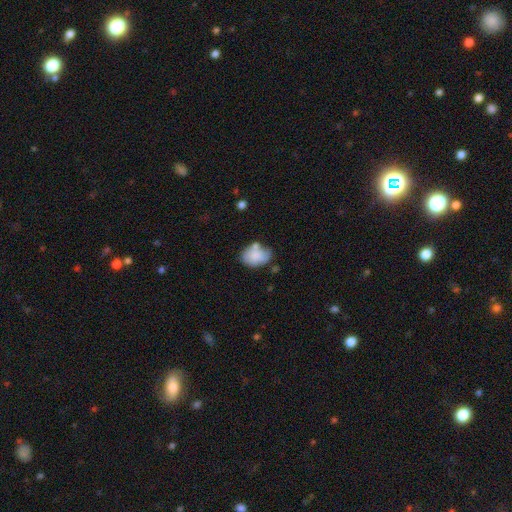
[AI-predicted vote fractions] smooth_or_featured: smooth (p=0.80) [alt: featured or disk p=0.12]
how_rounded: in between (p=0.75) [alt: round p=0.24]
merging: none (p=0.53) [alt: minor disturbance p=0.25]